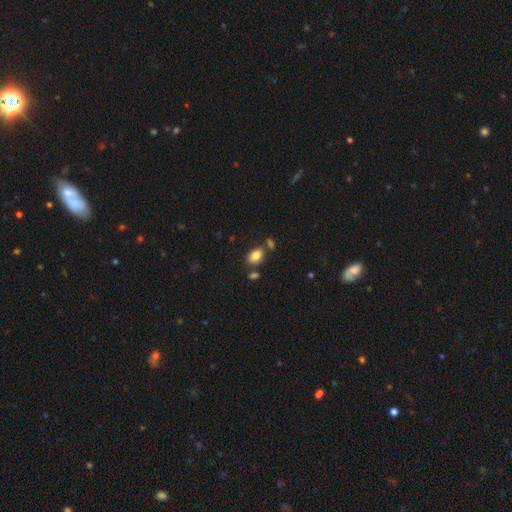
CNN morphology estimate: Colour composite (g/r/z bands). It shows a smooth galaxy with no disk features (84%) that is in between round and cigar-shaped (80%). Merging: none (67%).